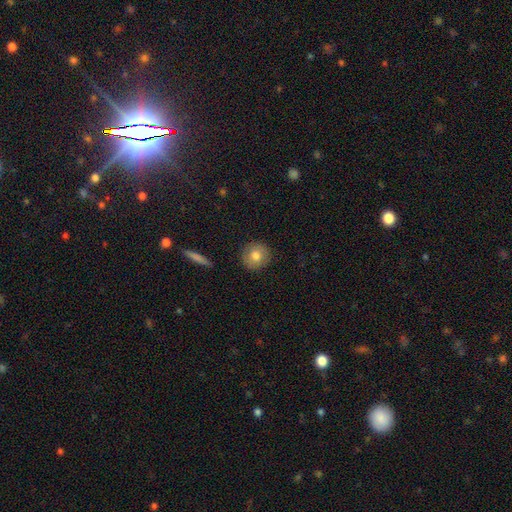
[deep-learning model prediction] smooth_or_featured: smooth (p=0.76) [alt: featured or disk p=0.16]
how_rounded: round (p=0.91) [alt: in between p=0.08]
merging: none (p=0.90) [alt: minor disturbance p=0.07]